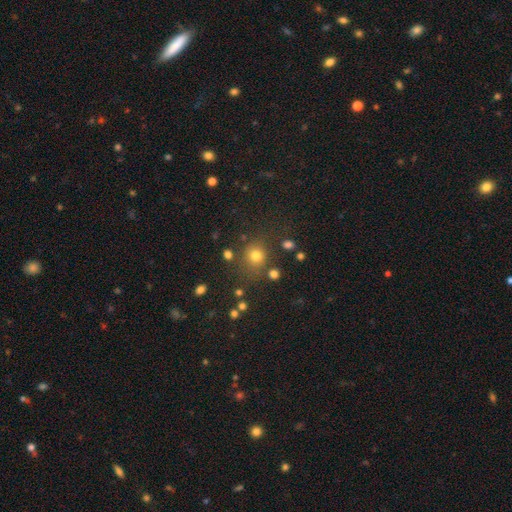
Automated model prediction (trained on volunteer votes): Morphology: type=smooth (76%); roundness=round (85%); merging=none (76%).